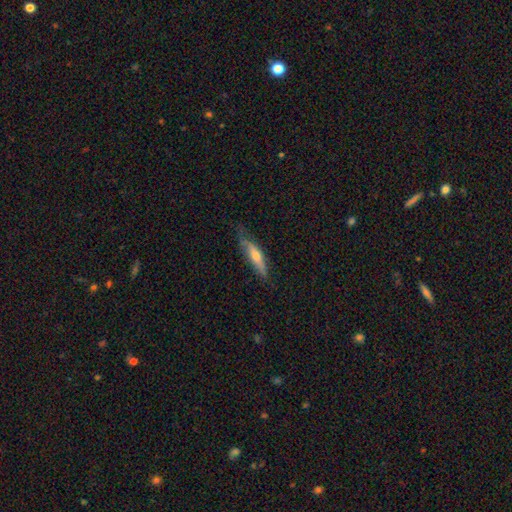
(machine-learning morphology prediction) The model was most divided on "smooth or featured": featured or disk: 49%, smooth: 45%, star or artifact: 6%. More confident: merging — none (66%).